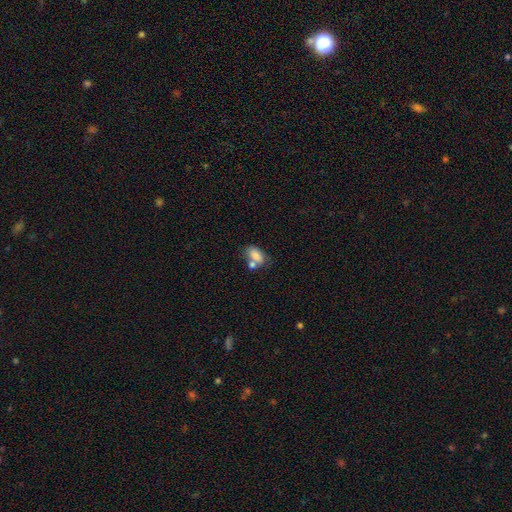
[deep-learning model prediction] Q: Smooth or featured?
A: smooth (81%); runner-up: featured or disk (10%)
Q: How rounded?
A: in between (88%); runner-up: round (8%)
Q: Merging?
A: none (43%); runner-up: merger (36%)